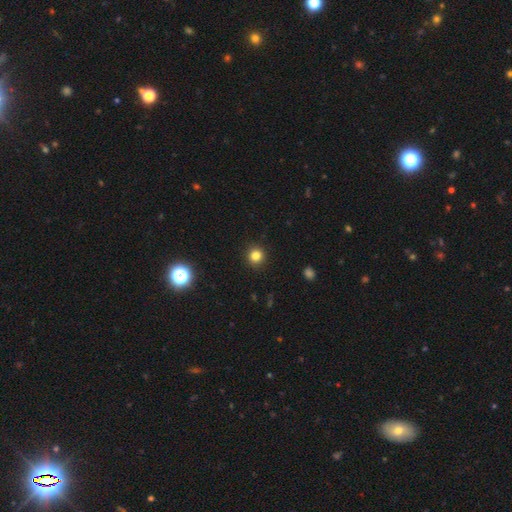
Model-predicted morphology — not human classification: A smooth galaxy with no disk features (81%) that is round (92%).

Vote fractions:
- Smooth or featured? smooth: 81% / star or artifact: 14% / featured or disk: 5%
- How rounded? round: 92% / in between: 7% / cigar-shaped: 1%
- Merging? none: 91% / minor disturbance: 6% / major disturbance: 2% / merger: 1%